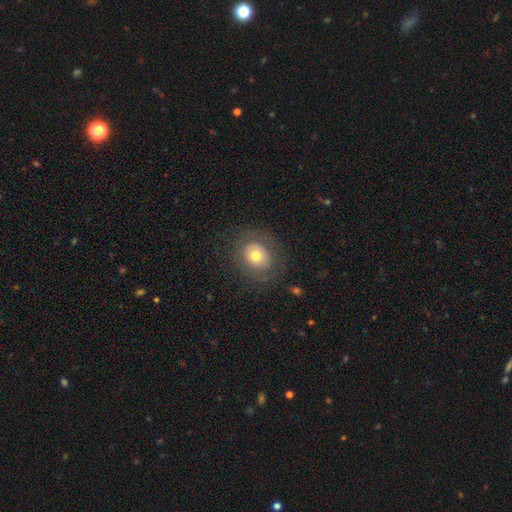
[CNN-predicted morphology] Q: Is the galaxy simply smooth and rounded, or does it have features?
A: smooth — 65%.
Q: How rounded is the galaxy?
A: round — 68%.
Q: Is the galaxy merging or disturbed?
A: none — 78%.